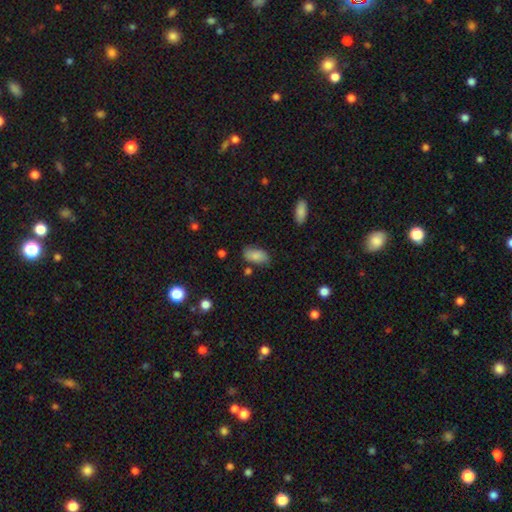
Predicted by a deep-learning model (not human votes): smooth-or-featured: smooth: 84% | featured or disk: 8% | star or artifact: 7%
  how-rounded: in between: 94% | cigar-shaped: 3% | round: 3%
  merging: none: 75% | minor disturbance: 17% | major disturbance: 4% | merger: 4%